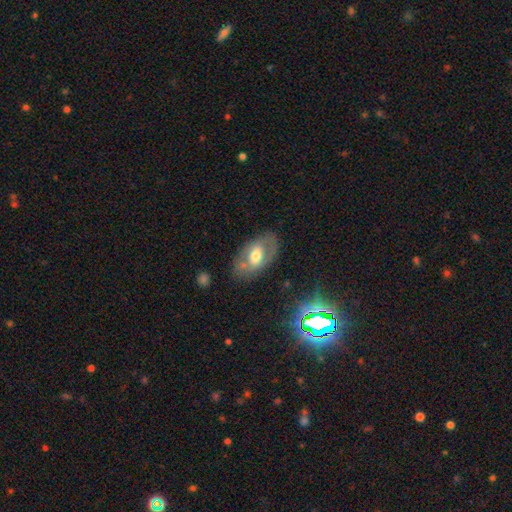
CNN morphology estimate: Smooth or featured? featured or disk (48%)
Merging? none (70%)